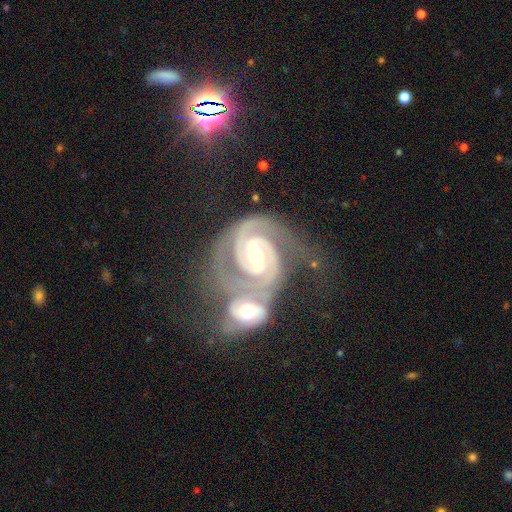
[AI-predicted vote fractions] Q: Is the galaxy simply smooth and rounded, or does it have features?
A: featured or disk — 93%.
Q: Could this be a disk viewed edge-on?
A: no — 97%.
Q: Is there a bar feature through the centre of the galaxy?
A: weak — 41%.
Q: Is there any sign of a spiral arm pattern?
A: yes — 99%.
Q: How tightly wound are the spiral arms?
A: tight — 69%.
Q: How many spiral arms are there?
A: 2 — 88%.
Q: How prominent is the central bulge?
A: moderate — 71%.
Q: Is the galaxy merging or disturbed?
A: merger — 59%.